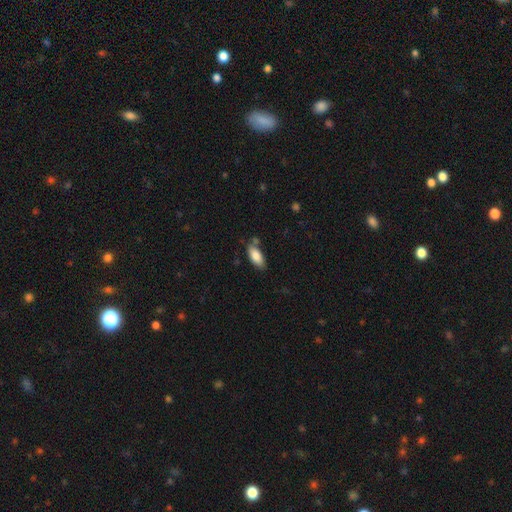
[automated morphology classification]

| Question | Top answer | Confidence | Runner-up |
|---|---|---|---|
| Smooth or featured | smooth | 85% | featured or disk (9%) |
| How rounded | in between | 87% | cigar-shaped (11%) |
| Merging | none | 71% | minor disturbance (18%) |